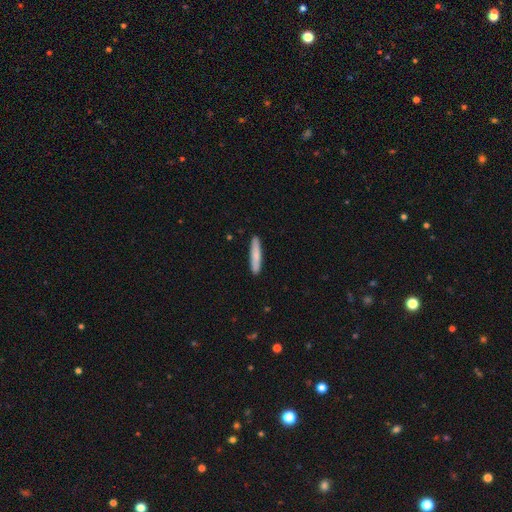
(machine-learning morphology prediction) A smooth galaxy with no disk features (78%) that is cigar-shaped (91%).

Vote fractions:
- Smooth or featured? smooth: 78% / featured or disk: 17% / star or artifact: 5%
- How rounded? cigar-shaped: 91% / in between: 8% / round: 1%
- Merging? none: 90% / minor disturbance: 8% / major disturbance: 1% / merger: 1%